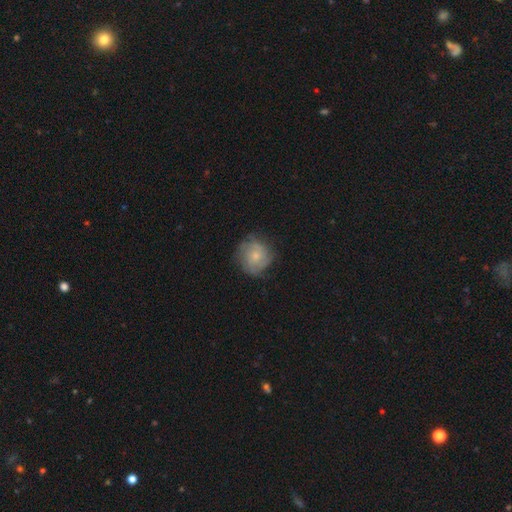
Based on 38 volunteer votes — Smooth or featured?
  - smooth: 61% *
  - featured or disk: 37%
  - star or artifact: 3%
How rounded?
  - round: 96% *
  - in between: 4%
  - cigar-shaped: 0%
Merging?
  - none: 62% *
  - minor disturbance: 35%
  - major disturbance: 3%
  - merger: 0%